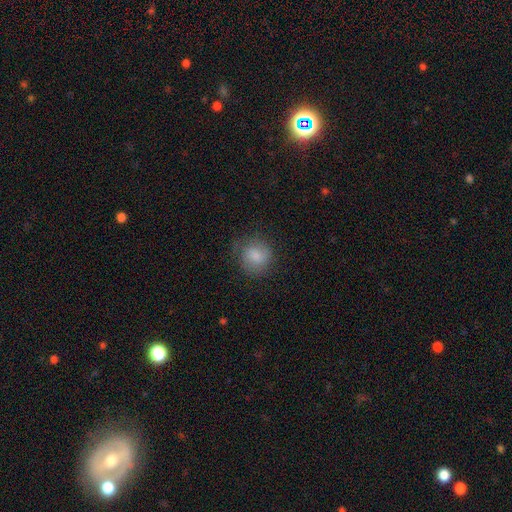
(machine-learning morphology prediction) Smooth or featured? Predicted: smooth (p=0.79). How rounded? Predicted: round (p=0.82). Merging? Predicted: none (p=0.68).